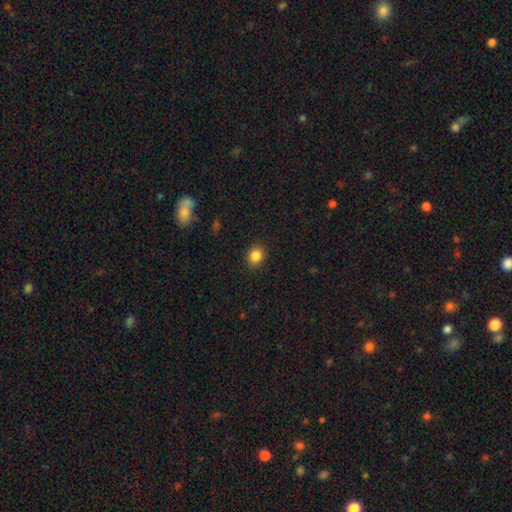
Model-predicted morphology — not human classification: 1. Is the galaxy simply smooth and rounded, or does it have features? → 86% smooth, 10% star or artifact, 4% featured or disk.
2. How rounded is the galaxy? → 65% round, 34% in between, 1% cigar-shaped.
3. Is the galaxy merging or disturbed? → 88% none, 8% minor disturbance, 2% major disturbance, 1% merger.